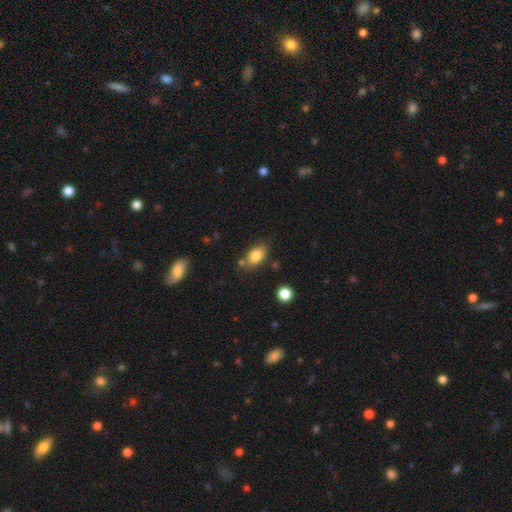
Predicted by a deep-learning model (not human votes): Smooth or featured?
  - smooth: 82% *
  - featured or disk: 9%
  - star or artifact: 9%
How rounded?
  - in between: 86% *
  - round: 10%
  - cigar-shaped: 4%
Merging?
  - none: 71% *
  - minor disturbance: 16%
  - merger: 9%
  - major disturbance: 4%